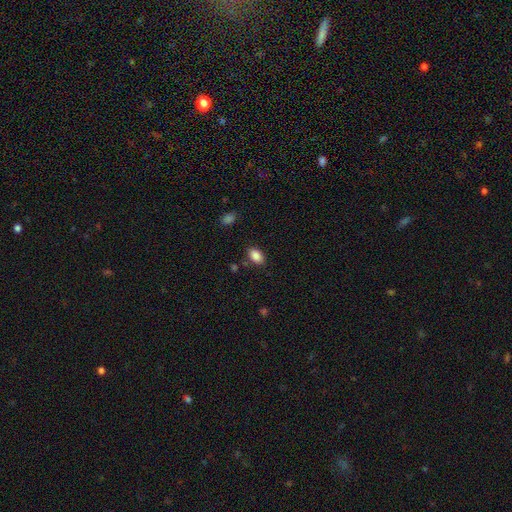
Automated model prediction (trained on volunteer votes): Smooth or featured? smooth (87%)
How rounded? in between (90%)
Merging? none (83%)